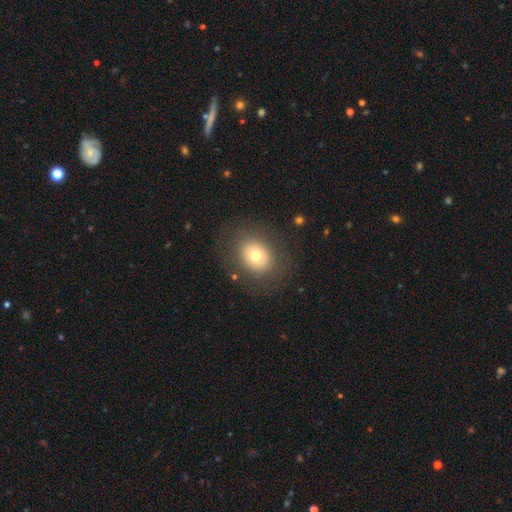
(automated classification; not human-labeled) smooth_or_featured: smooth (p=0.72) [alt: featured or disk p=0.17]
how_rounded: round (p=0.56) [alt: in between p=0.43]
merging: none (p=0.82) [alt: minor disturbance p=0.10]